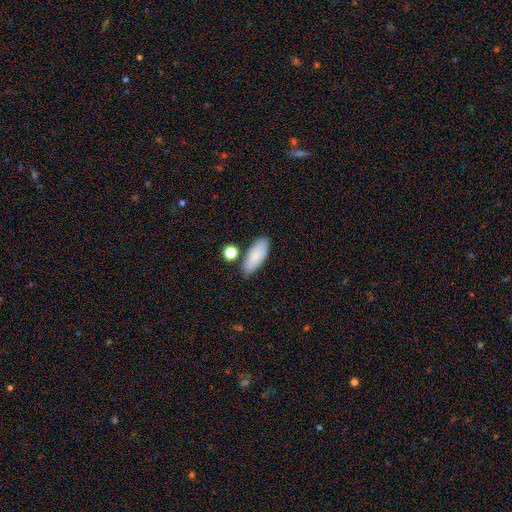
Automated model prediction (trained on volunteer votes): Smooth or featured?
  - smooth: 84% *
  - featured or disk: 9%
  - star or artifact: 7%
How rounded?
  - in between: 80% *
  - cigar-shaped: 17%
  - round: 3%
Merging?
  - none: 76% *
  - minor disturbance: 13%
  - merger: 7%
  - major disturbance: 3%